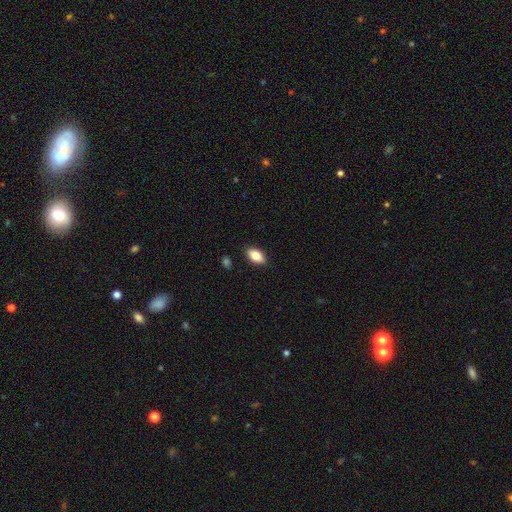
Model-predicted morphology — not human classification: Overall: smooth (83%). How rounded: in between (91%). Merging: none (88%).